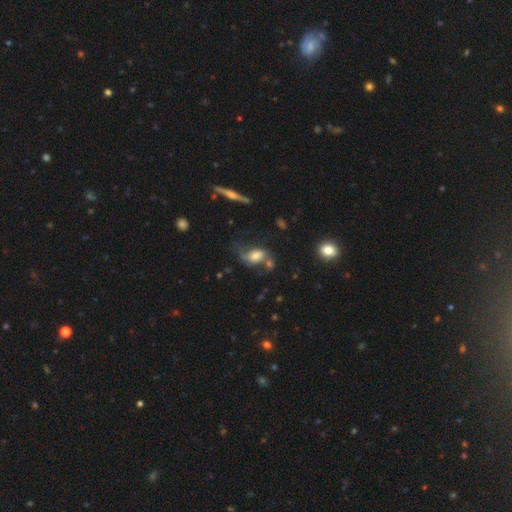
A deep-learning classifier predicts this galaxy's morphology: Overall: featured or disk (54%; smooth 36%). Edge-on disk: no (93%). Merging: none (35%; major disturbance 28%).